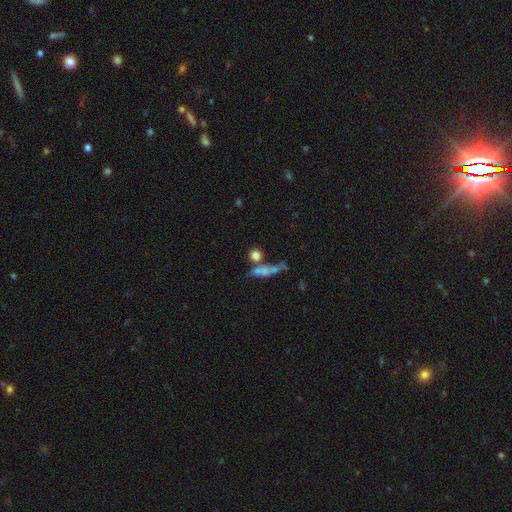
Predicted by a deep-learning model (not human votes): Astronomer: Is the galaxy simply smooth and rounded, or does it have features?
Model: smooth — 68%.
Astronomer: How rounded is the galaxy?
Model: round — 73%.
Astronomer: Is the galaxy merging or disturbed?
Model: none — 44% (runner-up: merger, 35%).